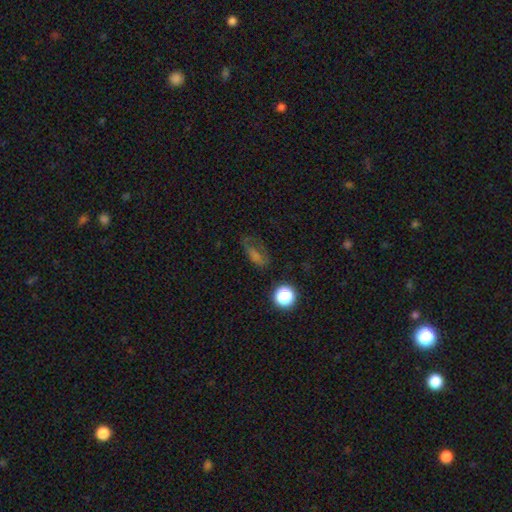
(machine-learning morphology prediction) This is possibly a smooth galaxy (49%). Merging: possibly none (57%).